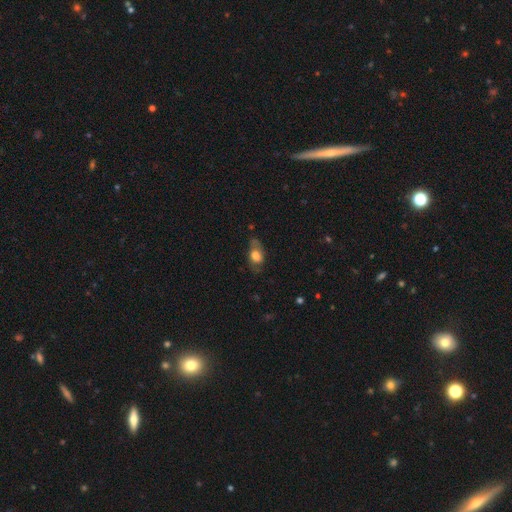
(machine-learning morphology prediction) The model was most divided on "merging": none: 55%, minor disturbance: 28%, major disturbance: 15%, merger: 2%. More confident: how rounded — in between (78%); smooth or featured — smooth (63%).